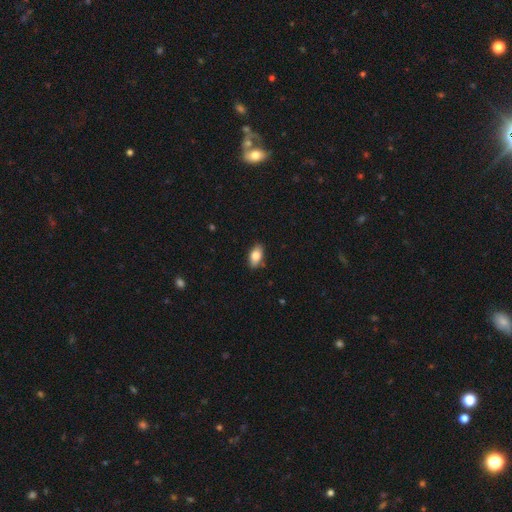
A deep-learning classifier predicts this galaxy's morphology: This appears to be a smooth galaxy with no disk features (82%) that is in between round and cigar-shaped (91%). Merging: none (85%).